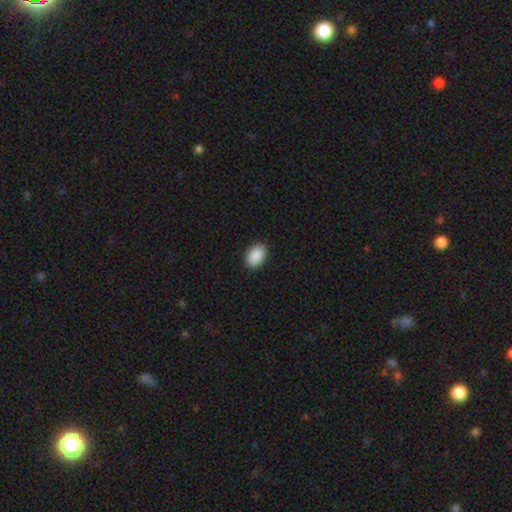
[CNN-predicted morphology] Smooth or featured?
  - smooth: 91% *
  - star or artifact: 6%
  - featured or disk: 2%
How rounded?
  - in between: 87% *
  - round: 12%
  - cigar-shaped: 1%
Merging?
  - none: 89% *
  - minor disturbance: 8%
  - major disturbance: 2%
  - merger: 1%